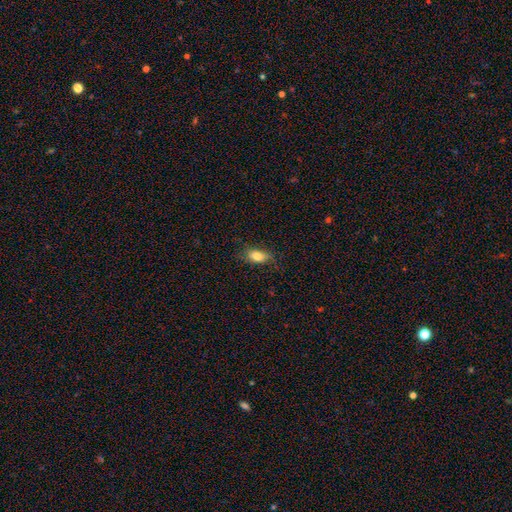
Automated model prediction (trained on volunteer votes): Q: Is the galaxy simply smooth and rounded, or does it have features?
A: smooth — 78%.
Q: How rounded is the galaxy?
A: in between — 82%.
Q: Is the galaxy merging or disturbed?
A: none — 75%.